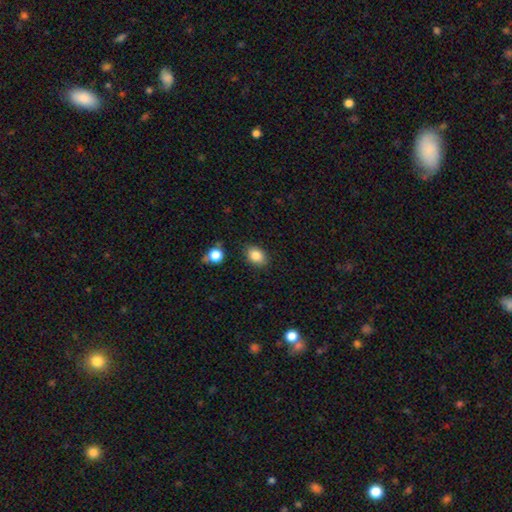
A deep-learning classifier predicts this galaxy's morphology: Smooth or featured?
  - smooth: 84% *
  - star or artifact: 10%
  - featured or disk: 6%
How rounded?
  - in between: 73% *
  - round: 26%
  - cigar-shaped: 1%
Merging?
  - none: 85% *
  - minor disturbance: 10%
  - major disturbance: 3%
  - merger: 3%